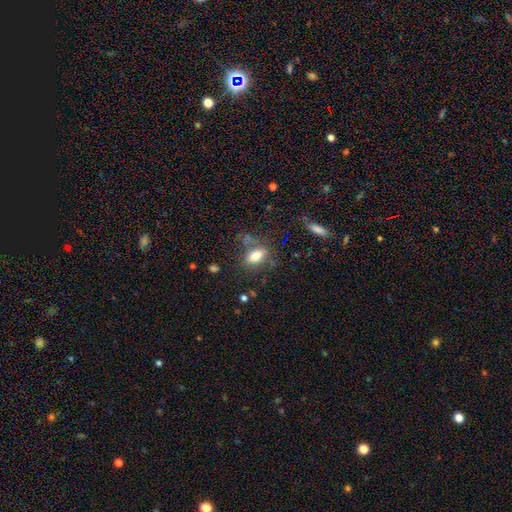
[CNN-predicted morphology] Q: Smooth or featured?
A: smooth (74%); runner-up: featured or disk (15%)
Q: How rounded?
A: in between (85%); runner-up: round (10%)
Q: Merging?
A: none (64%); runner-up: minor disturbance (18%)